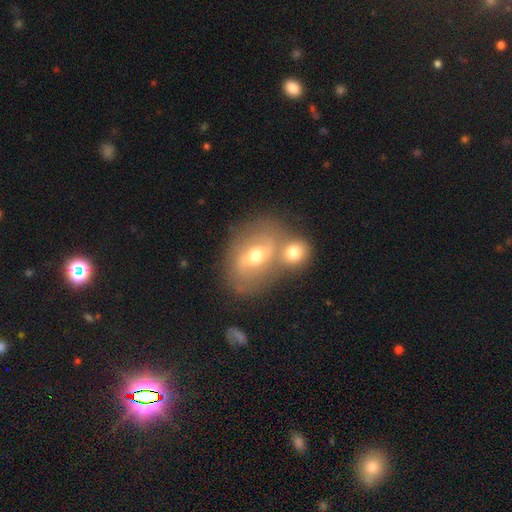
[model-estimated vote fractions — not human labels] Smooth or featured?
  - featured or disk: 59% *
  - smooth: 32%
  - star or artifact: 9%
Edge-on disk?
  - no: 94% *
  - yes: 6%
Bar?
  - weak: 43% *
  - no: 30%
  - strong: 27%
Spiral arms?
  - yes: 60% *
  - no: 40%
Bulge size?
  - moderate: 74% *
  - small: 16%
  - large: 8%
  - none: 1%
  - dominant: 1%
Merging?
  - none: 41% *
  - merger: 40%
  - minor disturbance: 12%
  - major disturbance: 6%